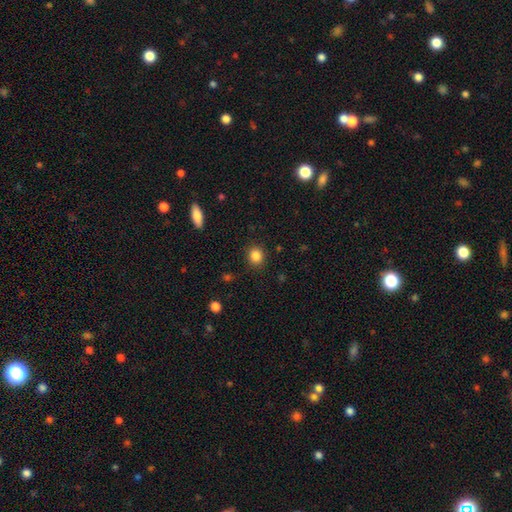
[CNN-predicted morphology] type=smooth (86%); roundness=round (78%); merging=none (88%).